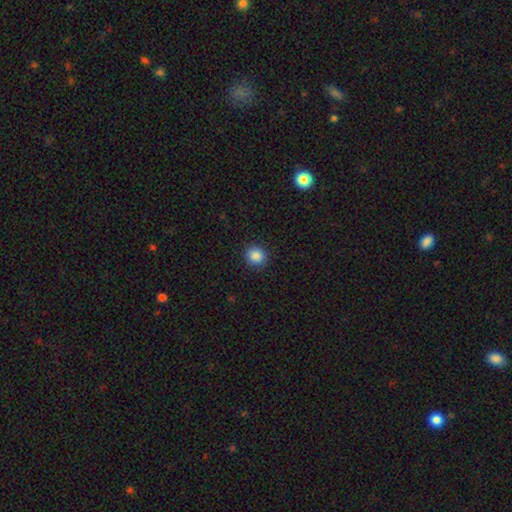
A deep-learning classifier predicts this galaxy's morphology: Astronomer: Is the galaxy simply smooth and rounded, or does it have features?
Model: smooth — 87%.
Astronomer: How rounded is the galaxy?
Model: round — 88%.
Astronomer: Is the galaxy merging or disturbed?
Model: none — 90%.